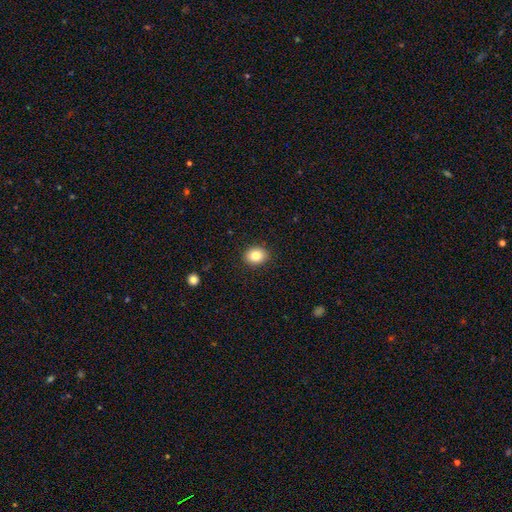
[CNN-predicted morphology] The model was most divided on "how rounded": round: 56%, in between: 44%, cigar-shaped: 1%. More confident: merging — none (90%); smooth or featured — smooth (84%).